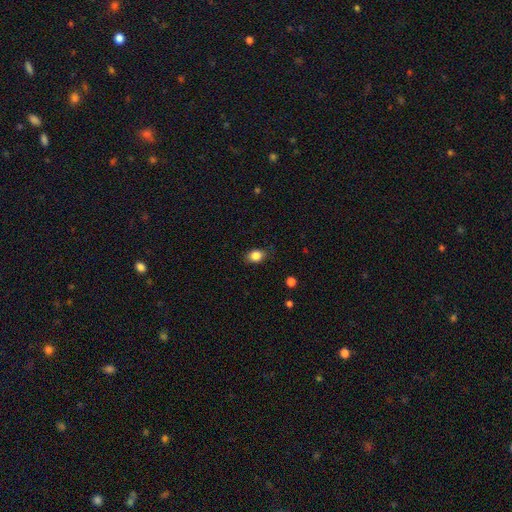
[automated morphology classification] type=smooth (86%); roundness=in between (65%); merging=none (83%).